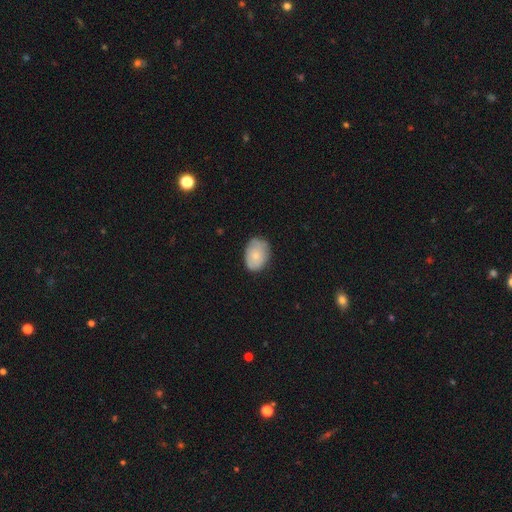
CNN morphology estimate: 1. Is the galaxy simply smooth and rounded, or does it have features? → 73% smooth, 20% featured or disk, 6% star or artifact.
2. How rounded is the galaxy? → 75% in between, 24% round, 1% cigar-shaped.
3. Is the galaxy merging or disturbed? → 74% none, 21% minor disturbance, 4% major disturbance, 1% merger.